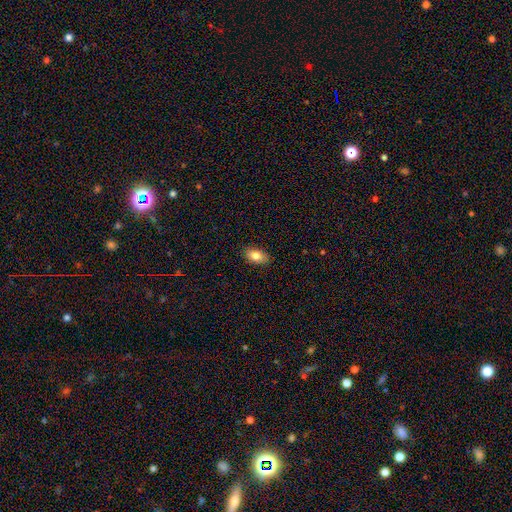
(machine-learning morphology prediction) Smooth or featured?
  - smooth: 83% *
  - featured or disk: 9%
  - star or artifact: 8%
How rounded?
  - in between: 90% *
  - round: 7%
  - cigar-shaped: 2%
Merging?
  - none: 87% *
  - minor disturbance: 10%
  - major disturbance: 2%
  - merger: 1%